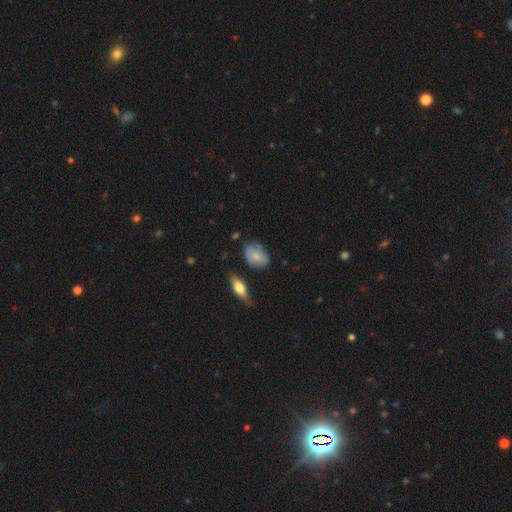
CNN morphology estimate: Smooth or featured? smooth (63%)
How rounded? in between (78%)
Merging? none (59%)